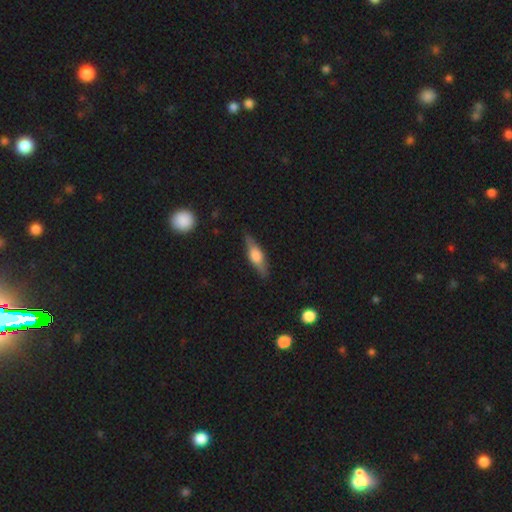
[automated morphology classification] smooth-or-featured: featured or disk: 49% | smooth: 44% | star or artifact: 6%
  merging: none: 83% | minor disturbance: 13% | major disturbance: 3% | merger: 1%